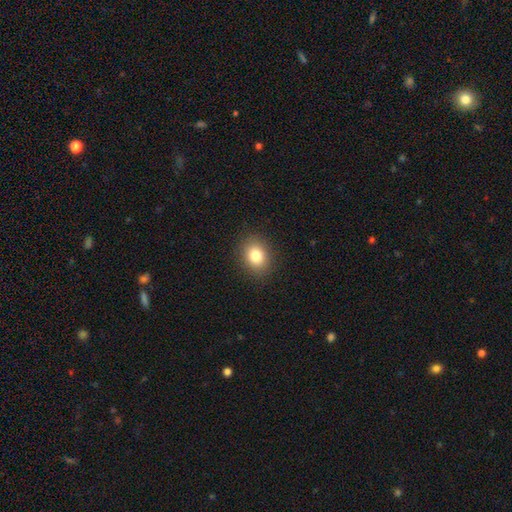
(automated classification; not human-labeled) Morphology: type=smooth (83%); roundness=in between (54%); merging=none (89%).